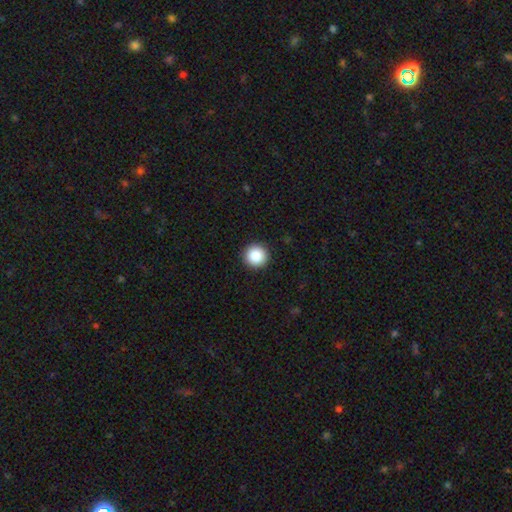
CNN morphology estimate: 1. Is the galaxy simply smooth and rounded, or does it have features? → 87% smooth, 9% star or artifact, 4% featured or disk.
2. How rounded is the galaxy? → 96% round, 3% in between, 1% cigar-shaped.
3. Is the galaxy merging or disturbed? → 93% none, 4% minor disturbance, 1% major disturbance, 1% merger.